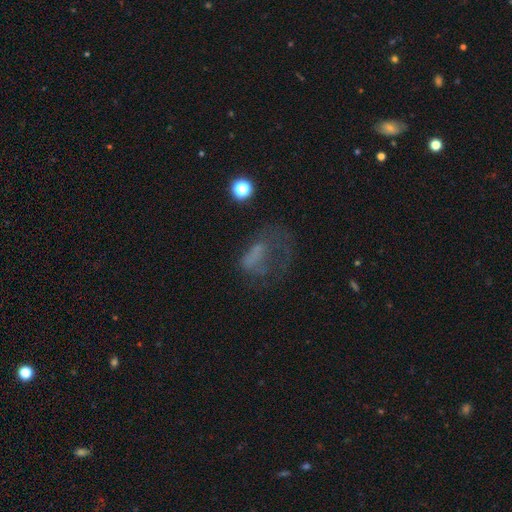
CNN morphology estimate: A smooth galaxy with no disk features (42%).

Vote fractions:
- Smooth or featured? smooth: 42% / featured or disk: 36% / star or artifact: 22%
- Merging? major disturbance: 53% / none: 27% / minor disturbance: 17% / merger: 4%